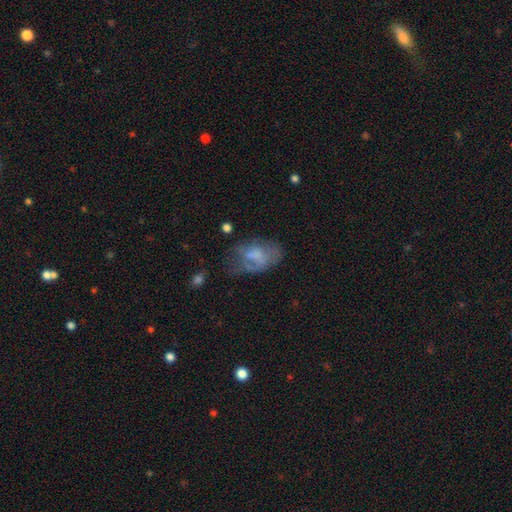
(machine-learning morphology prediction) smooth-or-featured: smooth: 51% | featured or disk: 39% | star or artifact: 10%
  how-rounded: in between: 85% | round: 14% | cigar-shaped: 2%
  merging: none: 35% | major disturbance: 33% | minor disturbance: 28% | merger: 5%